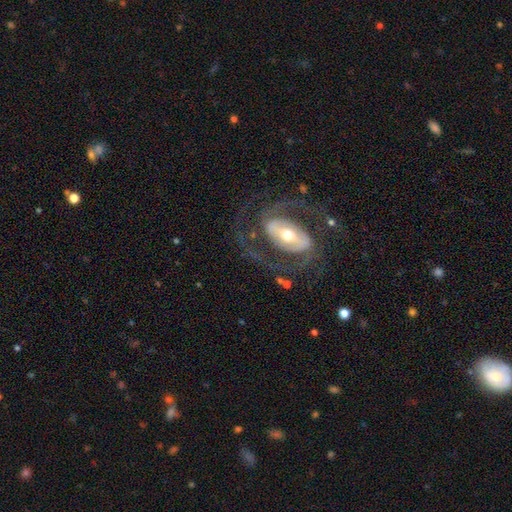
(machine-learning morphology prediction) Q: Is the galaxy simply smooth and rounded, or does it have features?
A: featured or disk — 82%.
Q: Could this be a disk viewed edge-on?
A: no — 94%.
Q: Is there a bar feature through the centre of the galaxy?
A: strong — 37%.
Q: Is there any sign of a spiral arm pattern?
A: yes — 86%.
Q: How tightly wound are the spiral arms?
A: medium — 49%.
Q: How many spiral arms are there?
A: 2 — 86%.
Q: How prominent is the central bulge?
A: moderate — 56%.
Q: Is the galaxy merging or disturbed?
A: none — 71%.